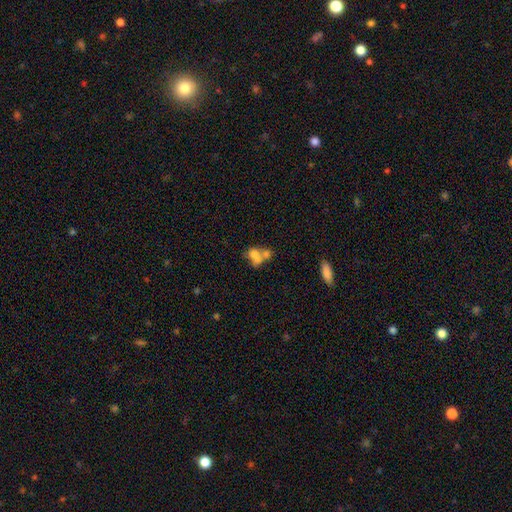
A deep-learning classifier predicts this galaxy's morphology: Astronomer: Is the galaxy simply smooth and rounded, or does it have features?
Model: smooth — 62%.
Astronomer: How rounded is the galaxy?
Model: in between — 60% (runner-up: round, 38%).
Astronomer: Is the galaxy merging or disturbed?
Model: merger — 65%.